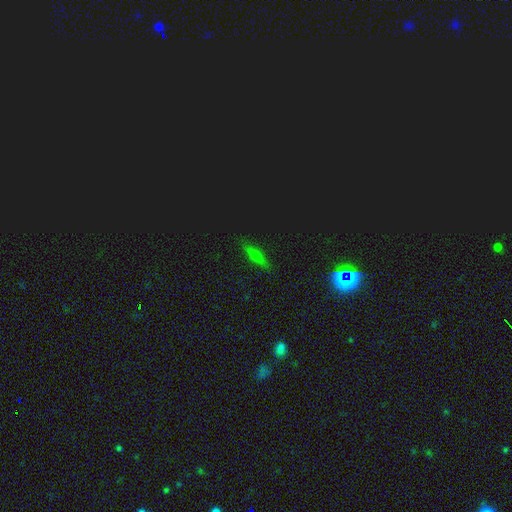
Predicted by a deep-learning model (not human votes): smooth-or-featured: smooth: 50% | featured or disk: 27% | star or artifact: 23%
  how-rounded: cigar-shaped: 66% | in between: 29% | round: 5%
  merging: none: 88% | minor disturbance: 9% | major disturbance: 2% | merger: 1%